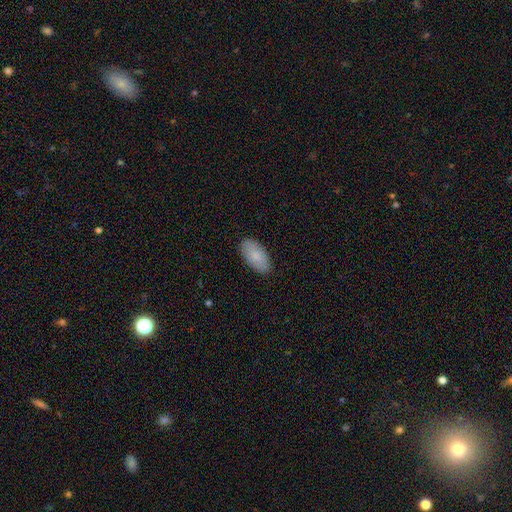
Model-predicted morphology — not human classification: A smooth galaxy with no disk features (84%) that is in between round and cigar-shaped (94%).

Vote fractions:
- Smooth or featured? smooth: 84% / featured or disk: 10% / star or artifact: 6%
- How rounded? in between: 94% / cigar-shaped: 3% / round: 3%
- Merging? none: 87% / minor disturbance: 10% / major disturbance: 2% / merger: 1%